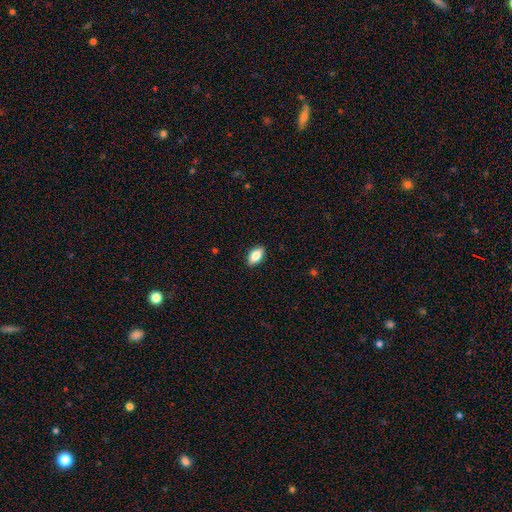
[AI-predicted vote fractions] smooth 80%, featured or disk 13%, star or artifact 7%. Down the decision tree: how rounded — in between (89%); merging — none (88%).